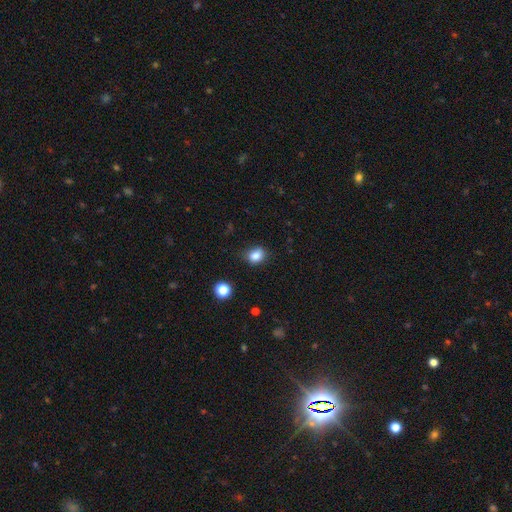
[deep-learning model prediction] smooth-or-featured: smooth: 83% | star or artifact: 12% | featured or disk: 5%
  how-rounded: round: 54% | in between: 45% | cigar-shaped: 1%
  merging: none: 72% | minor disturbance: 21% | major disturbance: 5% | merger: 2%